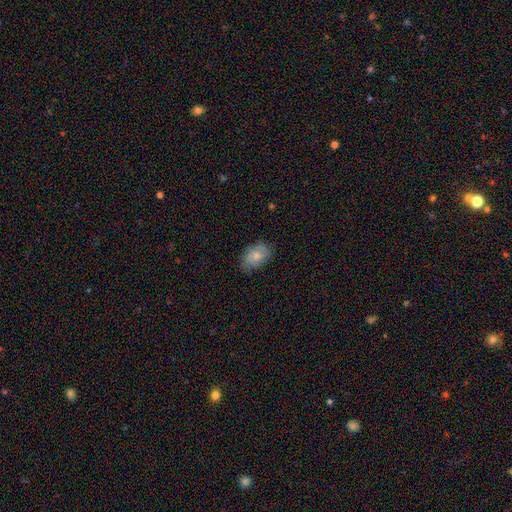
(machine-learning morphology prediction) smooth_or_featured: smooth (p=0.71) [alt: featured or disk p=0.22]
how_rounded: in between (p=0.87) [alt: round p=0.12]
merging: none (p=0.71) [alt: minor disturbance p=0.23]